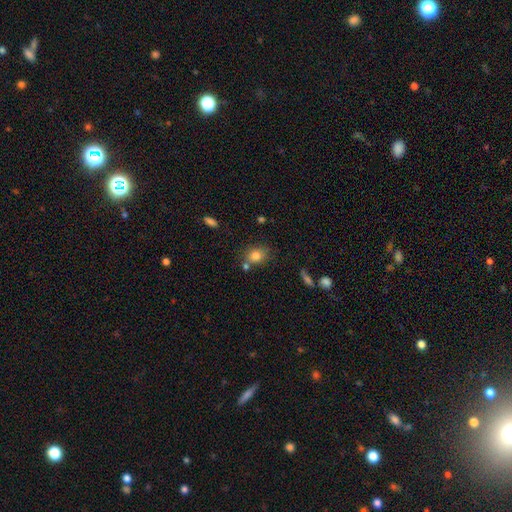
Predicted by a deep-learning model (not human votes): A smooth galaxy with no disk features (80%) that is round (58%). Merging: none (68%).